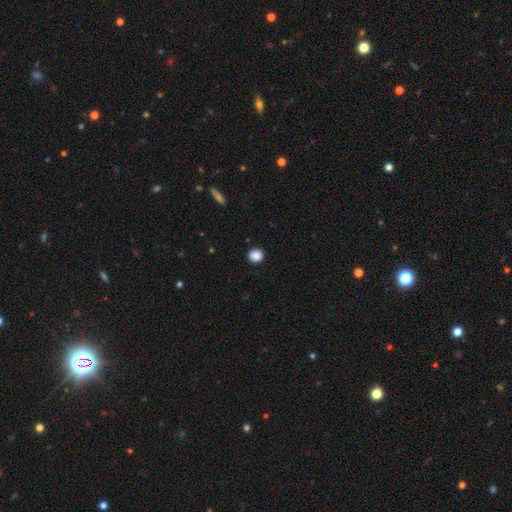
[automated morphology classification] This appears to be a smooth galaxy with no disk features (88%) that is round (87%). Merging: none (91%).